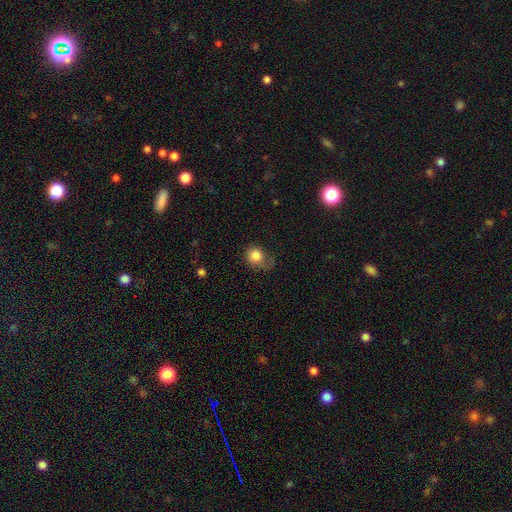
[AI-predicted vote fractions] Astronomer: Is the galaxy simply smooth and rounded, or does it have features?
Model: smooth — 82%.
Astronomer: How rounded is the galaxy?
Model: round — 70%.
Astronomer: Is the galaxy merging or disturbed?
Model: none — 44% (runner-up: minor disturbance, 30%).